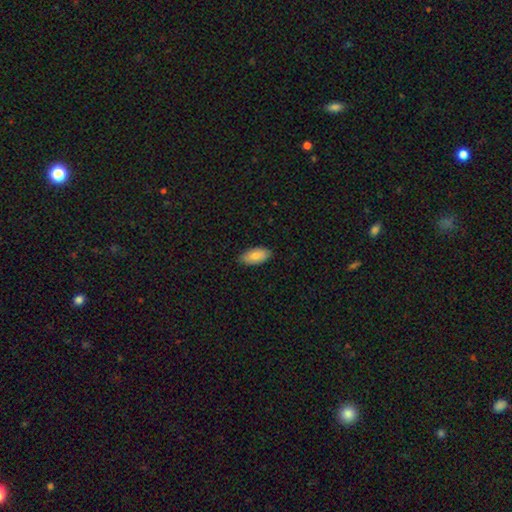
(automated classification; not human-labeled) This appears to be a smooth galaxy with no disk features (84%) that is in between round and cigar-shaped (92%). Merging: none (85%).